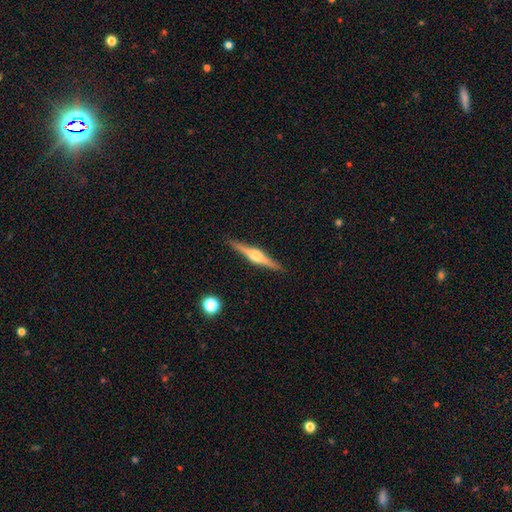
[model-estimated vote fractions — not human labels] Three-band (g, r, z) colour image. It shows a featured or disk galaxy (78%) viewed edge-on (98%) with a rounded central bulge (89%). Merging: none (91%).